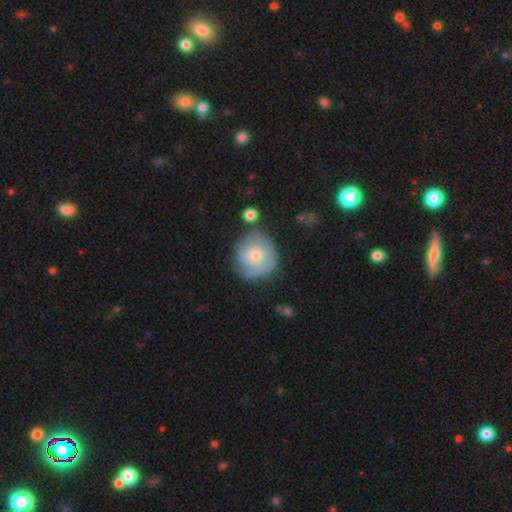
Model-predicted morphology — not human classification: featured or disk 63%, smooth 30%, star or artifact 6%. Down the decision tree: edge-on disk — no (97%); bar — no (80%); spiral arms — yes (85%); spiral arm count — can't tell (36%); spiral winding — tight (65%); bulge size — small (56%); merging — none (68%).